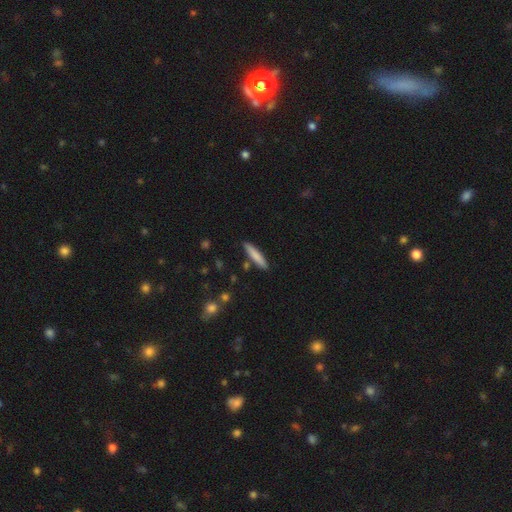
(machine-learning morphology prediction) smooth 79%, featured or disk 15%, star or artifact 6%. Down the decision tree: how rounded — cigar-shaped (89%); merging — none (87%).